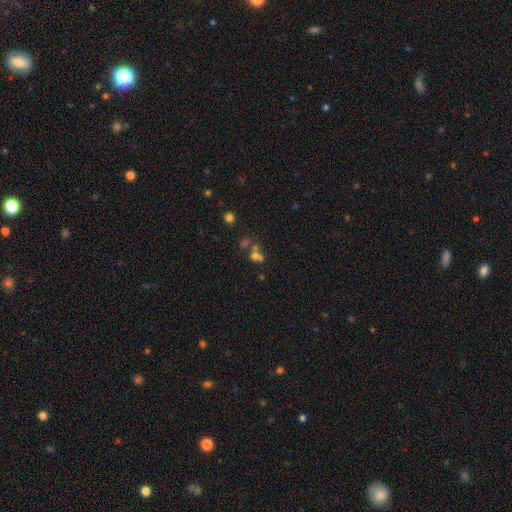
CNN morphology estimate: Smooth or featured?
  - smooth: 53% *
  - star or artifact: 26%
  - featured or disk: 20%
How rounded?
  - round: 63% *
  - in between: 35%
  - cigar-shaped: 2%
Merging?
  - merger: 51% *
  - none: 35%
  - minor disturbance: 8%
  - major disturbance: 6%